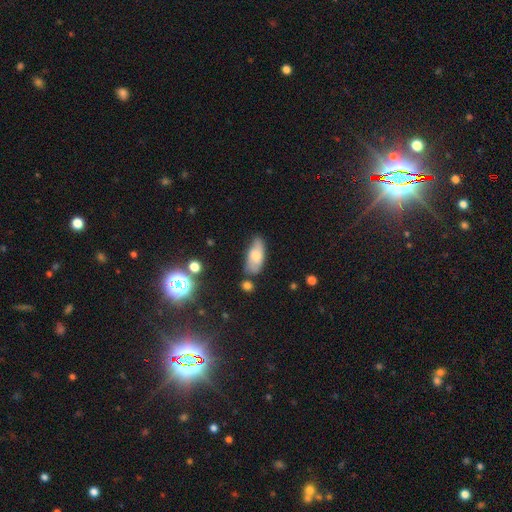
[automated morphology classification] A smooth galaxy with no disk features (67%) that is in between round and cigar-shaped (85%). Merging: none (58%).